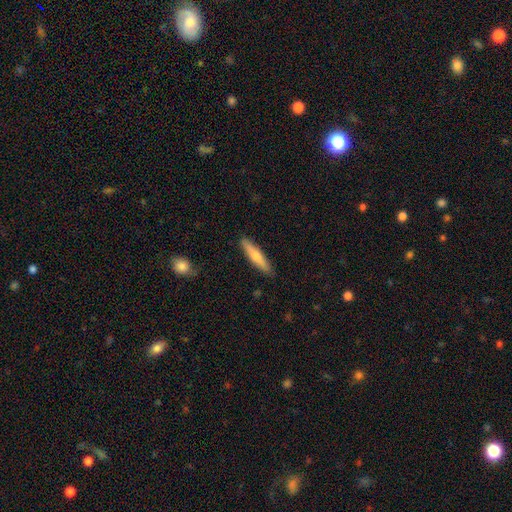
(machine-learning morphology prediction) A smooth galaxy with no disk features (56%) that is cigar-shaped (88%).

Vote fractions:
- Smooth or featured? smooth: 56% / featured or disk: 38% / star or artifact: 6%
- How rounded? cigar-shaped: 88% / in between: 11% / round: 2%
- Merging? none: 89% / minor disturbance: 8% / major disturbance: 2% / merger: 1%